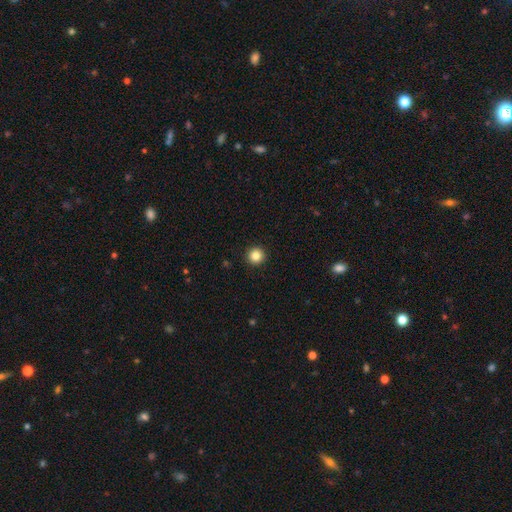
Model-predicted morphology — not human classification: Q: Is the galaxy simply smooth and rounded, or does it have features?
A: smooth — 85%.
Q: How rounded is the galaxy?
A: round — 96%.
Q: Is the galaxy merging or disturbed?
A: none — 94%.